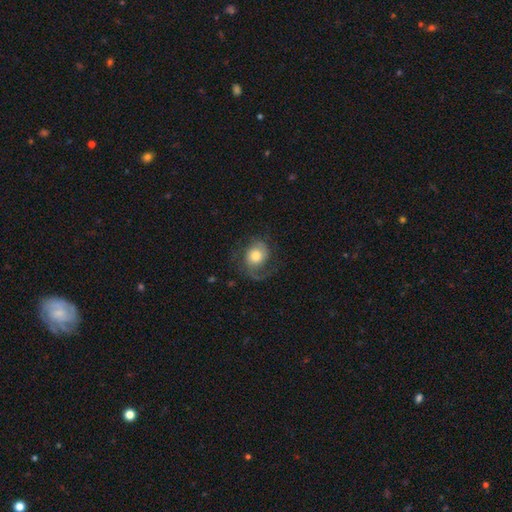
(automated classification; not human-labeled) Q: Smooth or featured?
A: featured or disk (64%); runner-up: smooth (29%)
Q: Edge-on disk?
A: no (97%); runner-up: yes (3%)
Q: Bar?
A: no (74%); runner-up: weak (22%)
Q: Spiral arms?
A: yes (91%); runner-up: no (9%)
Q: Spiral winding?
A: medium (43%); runner-up: loose (34%)
Q: Spiral arm count?
A: 2 (55%); runner-up: 1 (32%)
Q: Bulge size?
A: moderate (50%); runner-up: large (28%)
Q: Merging?
A: none (59%); runner-up: major disturbance (21%)